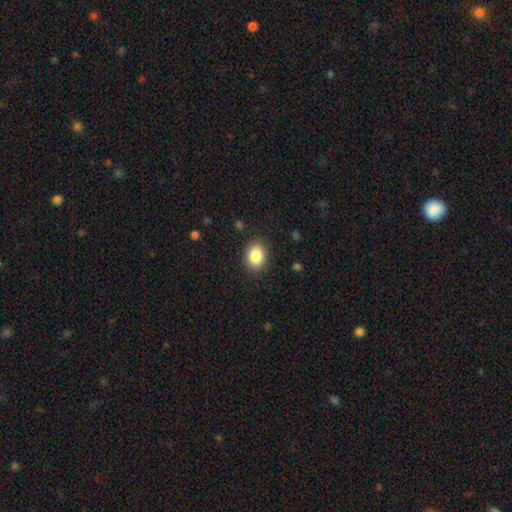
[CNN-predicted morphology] Smooth or featured: smooth — 86% (star or artifact — 8%)
How rounded: in between — 60% (round — 40%)
Merging: none — 87% (minor disturbance — 9%)